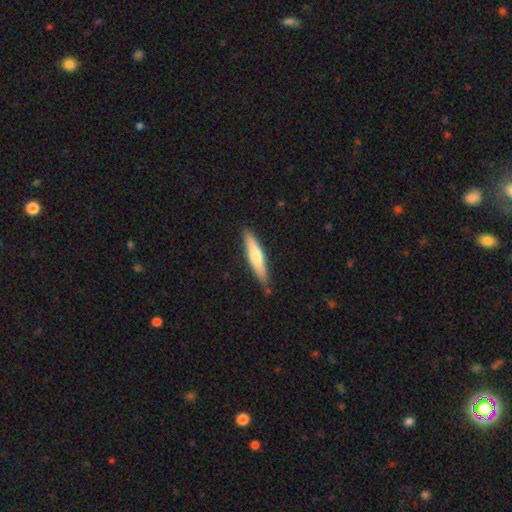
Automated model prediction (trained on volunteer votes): Smooth or featured? Predicted: smooth (p=0.62). How rounded? Predicted: cigar-shaped (p=0.87). Merging? Predicted: none (p=0.85).